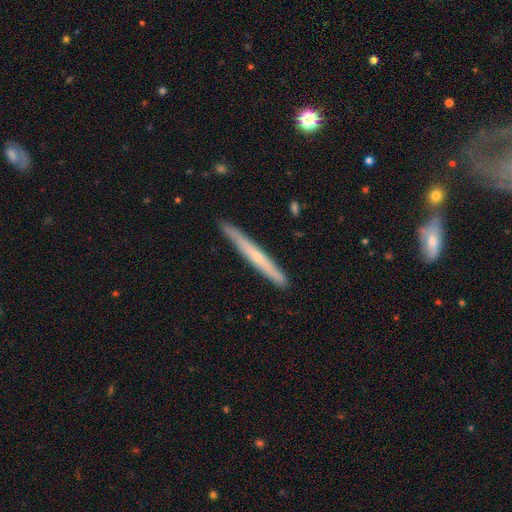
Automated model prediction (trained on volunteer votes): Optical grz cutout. It shows a featured or disk galaxy (58%) viewed edge-on (95%) with a rounded central bulge (51%). Merging: none (87%).